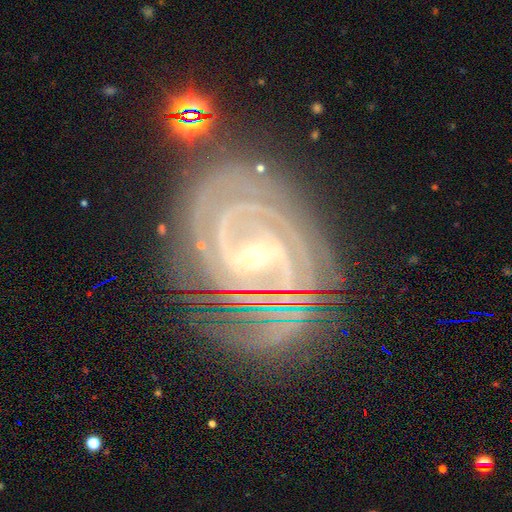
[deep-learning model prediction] Q: Smooth or featured?
A: featured or disk (91%); runner-up: star or artifact (6%)
Q: Edge-on disk?
A: no (97%); runner-up: yes (3%)
Q: Bar?
A: no (39%); runner-up: weak (36%)
Q: Spiral arms?
A: yes (98%); runner-up: no (2%)
Q: Spiral winding?
A: tight (78%); runner-up: medium (19%)
Q: Spiral arm count?
A: 2 (39%); runner-up: 3 (22%)
Q: Bulge size?
A: small (77%); runner-up: moderate (19%)
Q: Merging?
A: none (74%); runner-up: minor disturbance (16%)